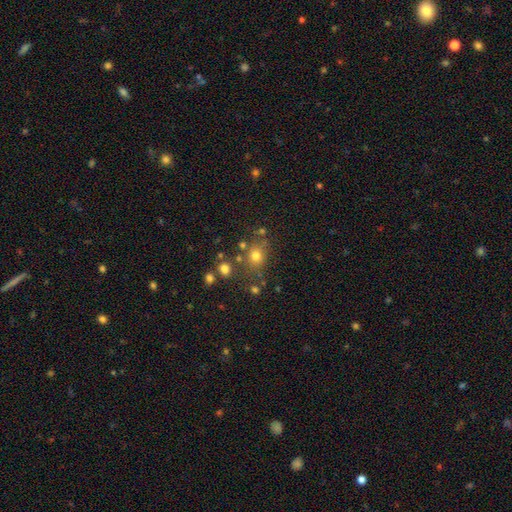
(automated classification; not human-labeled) Overall: smooth (72%). How rounded: round (73%). Merging: none (70%).